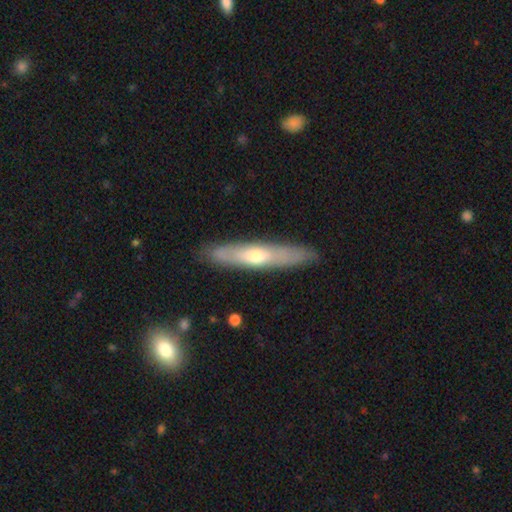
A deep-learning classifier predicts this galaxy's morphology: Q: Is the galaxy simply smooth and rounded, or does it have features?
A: featured or disk — 59%.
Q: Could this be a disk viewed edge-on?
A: yes — 78%.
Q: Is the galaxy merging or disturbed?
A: none — 86%.